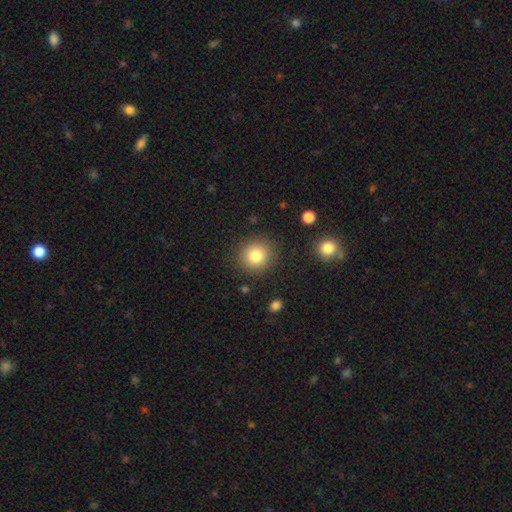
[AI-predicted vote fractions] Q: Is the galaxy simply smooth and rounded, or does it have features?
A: smooth — 81%.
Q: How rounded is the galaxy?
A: round — 90%.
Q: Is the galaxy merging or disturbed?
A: none — 88%.